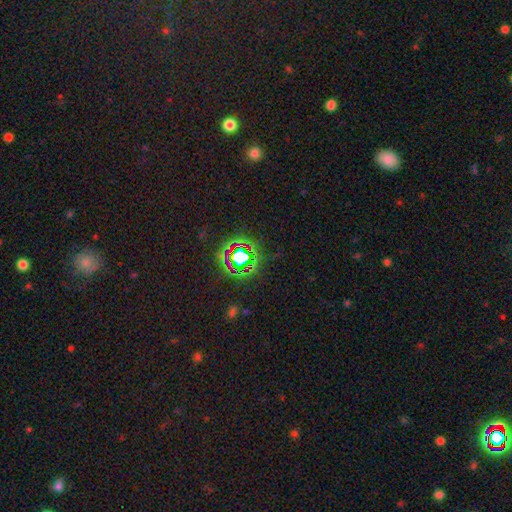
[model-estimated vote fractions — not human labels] star or artifact 76%, smooth 16%, featured or disk 9%.